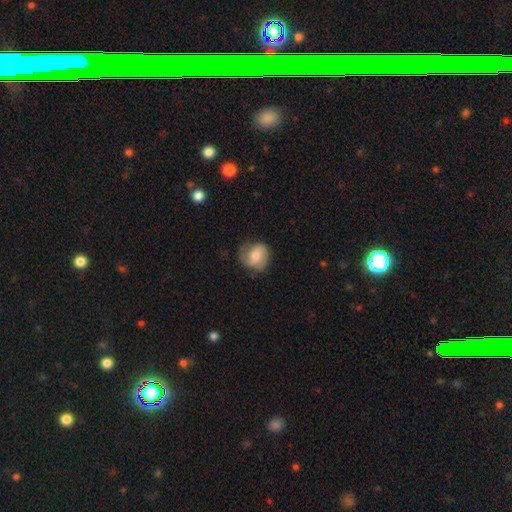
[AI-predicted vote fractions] Q: Smooth or featured?
A: smooth (47%); runner-up: featured or disk (46%)
Q: Merging?
A: none (67%); runner-up: minor disturbance (24%)